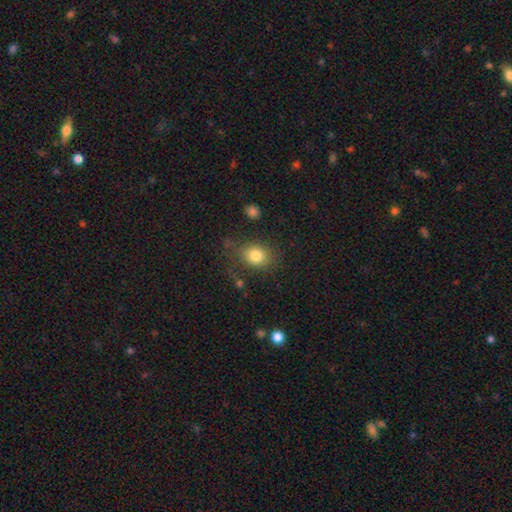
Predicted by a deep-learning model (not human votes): This is clearly a smooth galaxy (81%). How rounded: likely round (62%). Merging: likely none (72%).